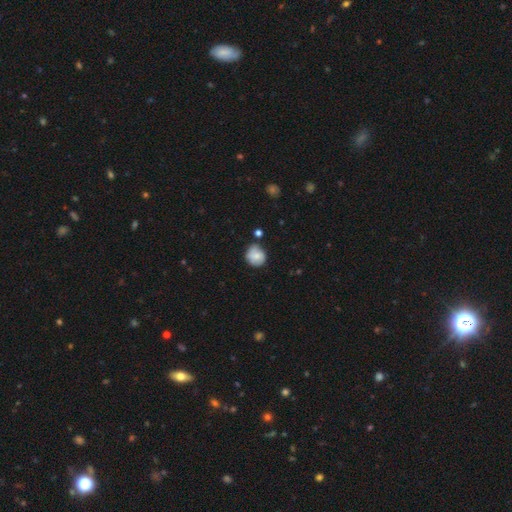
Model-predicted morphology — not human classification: Smooth or featured?
  - smooth: 68% *
  - featured or disk: 23%
  - star or artifact: 8%
How rounded?
  - round: 78% *
  - in between: 21%
  - cigar-shaped: 1%
Merging?
  - none: 61% *
  - minor disturbance: 26%
  - merger: 7%
  - major disturbance: 6%